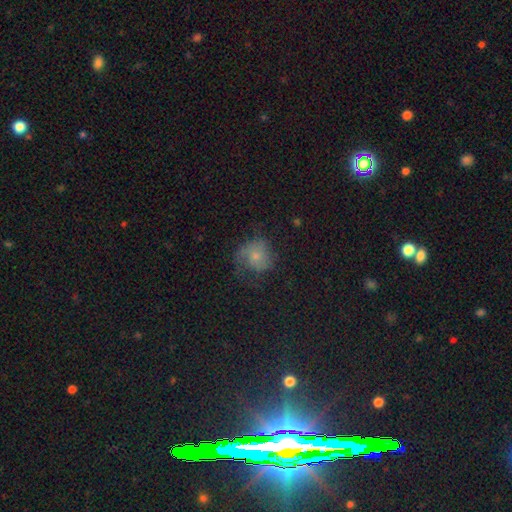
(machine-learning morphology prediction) Smooth or featured? smooth (54%)
How rounded? round (75%)
Merging? none (47%)